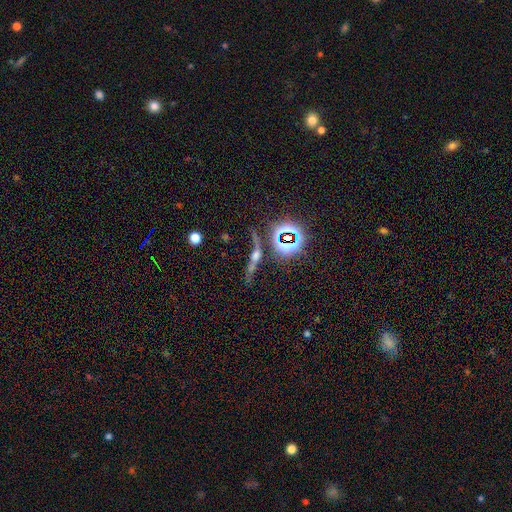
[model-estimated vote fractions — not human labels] featured or disk 41%, star or artifact 36%, smooth 22%. Down the decision tree: merging — none (56%).